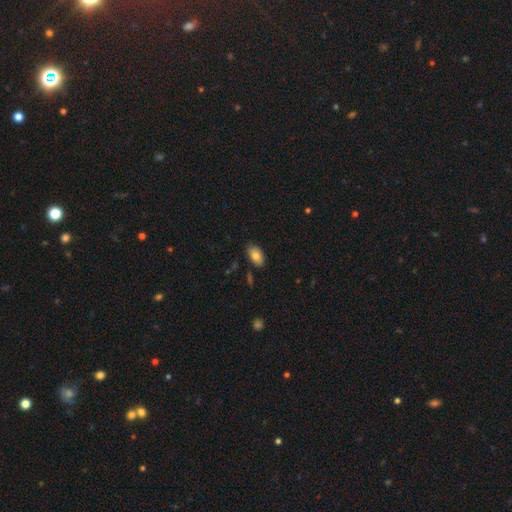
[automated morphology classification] This is likely a smooth galaxy (80%). How rounded: clearly in between (92%). Merging: clearly none (84%).